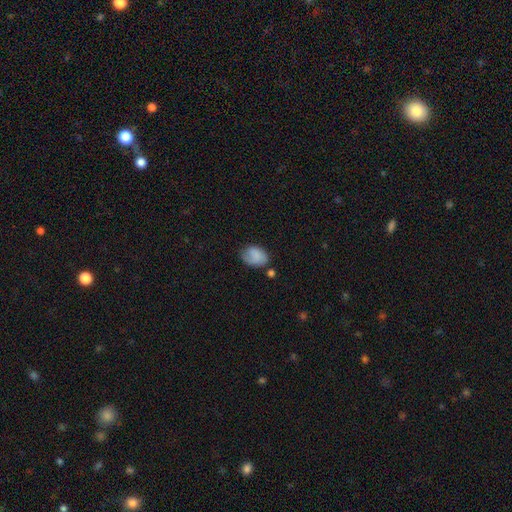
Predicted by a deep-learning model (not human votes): This appears to be a smooth galaxy with no disk features (79%) that is in between round and cigar-shaped (77%). Merging: none (54%).